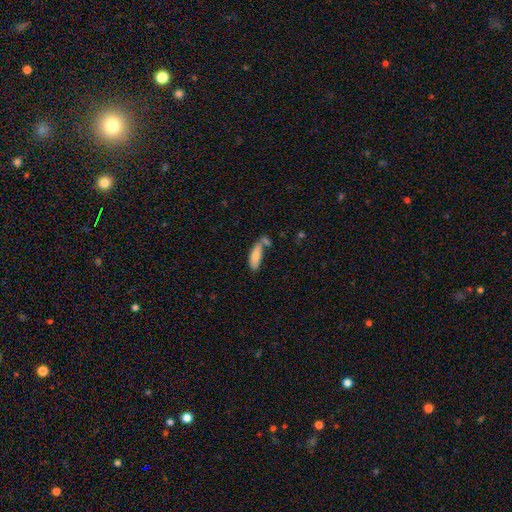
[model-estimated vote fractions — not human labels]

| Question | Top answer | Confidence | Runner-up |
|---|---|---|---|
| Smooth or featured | smooth | 83% | featured or disk (11%) |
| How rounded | in between | 53% | cigar-shaped (45%) |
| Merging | none | 51% | merger (26%) |